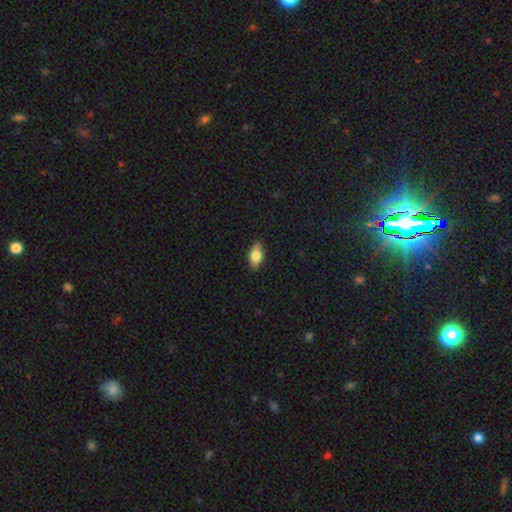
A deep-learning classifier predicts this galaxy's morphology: type=smooth (72%); roundness=in between (85%); merging=none (84%).